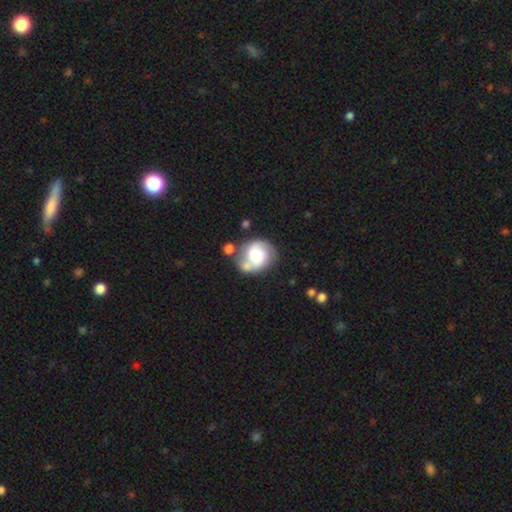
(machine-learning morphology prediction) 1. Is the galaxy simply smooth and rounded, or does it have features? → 56% featured or disk, 36% smooth, 8% star or artifact.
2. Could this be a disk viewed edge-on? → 97% no, 3% yes.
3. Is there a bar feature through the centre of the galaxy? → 66% no, 27% weak, 7% strong.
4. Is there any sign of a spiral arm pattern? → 84% yes, 16% no.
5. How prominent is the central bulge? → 37% moderate, 31% large, 20% small, 7% dominant, 5% none.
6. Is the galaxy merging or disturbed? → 51% none, 20% minor disturbance, 19% merger, 9% major disturbance.